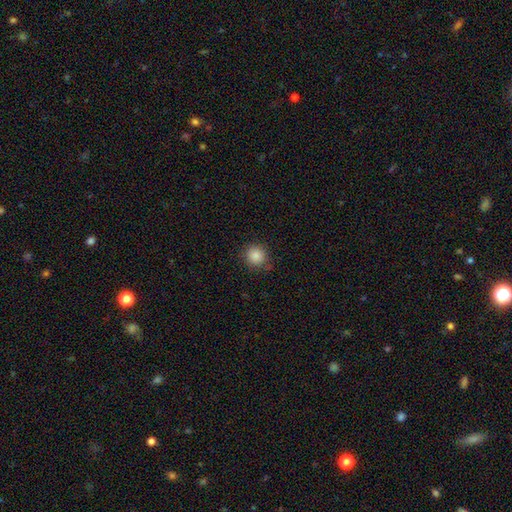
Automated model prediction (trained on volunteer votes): smooth_or_featured: smooth (p=0.86) [alt: star or artifact p=0.10]
how_rounded: round (p=0.92) [alt: in between p=0.07]
merging: none (p=0.83) [alt: minor disturbance p=0.13]